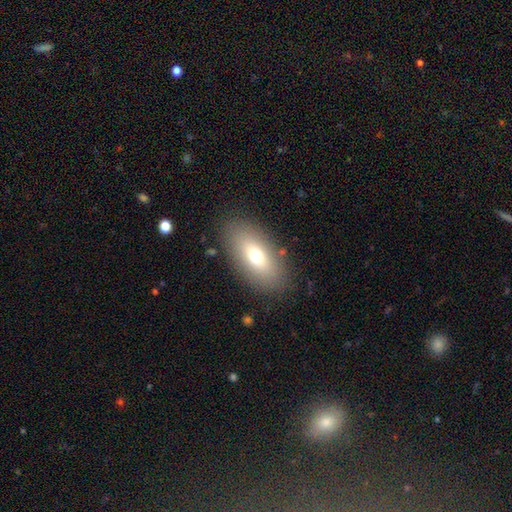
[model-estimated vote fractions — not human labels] smooth-or-featured: smooth: 69% | featured or disk: 21% | star or artifact: 10%
  how-rounded: in between: 89% | cigar-shaped: 6% | round: 5%
  merging: none: 85% | minor disturbance: 9% | major disturbance: 4% | merger: 1%